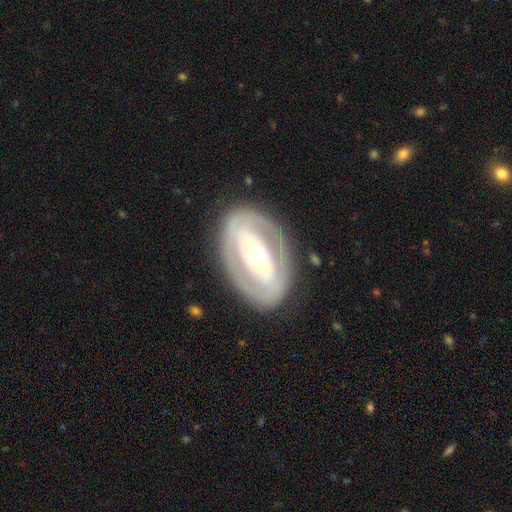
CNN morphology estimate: Smooth or featured?
  - featured or disk: 75% *
  - smooth: 20%
  - star or artifact: 5%
Edge-on disk?
  - no: 93% *
  - yes: 7%
Bar?
  - strong: 40% *
  - no: 36%
  - weak: 24%
Spiral arms?
  - no: 56% *
  - yes: 44%
Bulge size?
  - moderate: 63% *
  - small: 24%
  - large: 10%
  - dominant: 1%
  - none: 1%
Merging?
  - none: 82% *
  - minor disturbance: 12%
  - major disturbance: 5%
  - merger: 1%